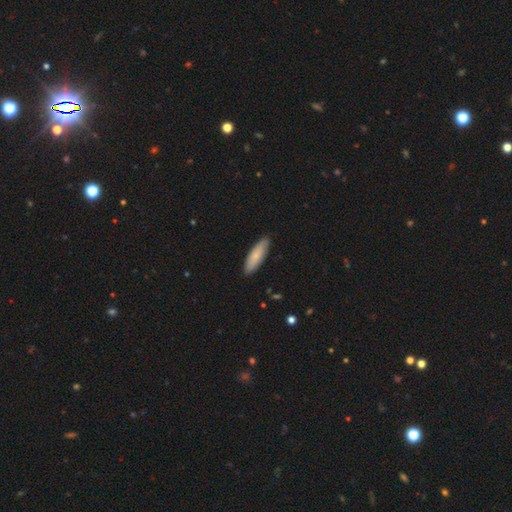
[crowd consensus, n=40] Overall: smooth (88%). How rounded: cigar-shaped (54%; in between 46%). Merging: none (81%).